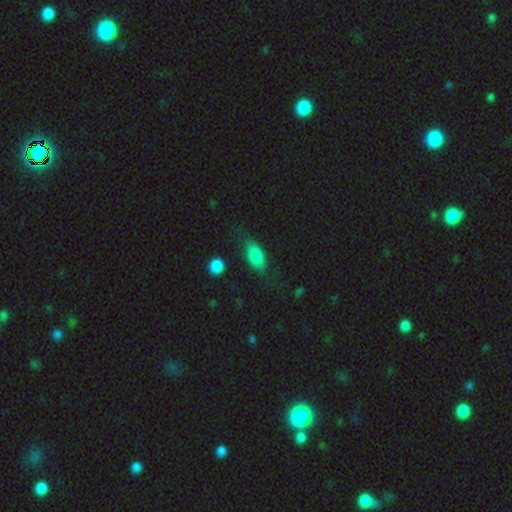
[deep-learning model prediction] smooth_or_featured: smooth (p=0.77) [alt: featured or disk p=0.14]
how_rounded: in between (p=0.83) [alt: cigar-shaped p=0.09]
merging: none (p=0.58) [alt: minor disturbance p=0.26]